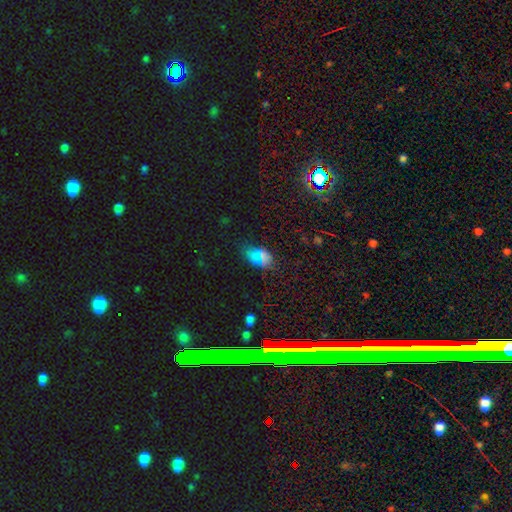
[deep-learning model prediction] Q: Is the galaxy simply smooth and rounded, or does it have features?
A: smooth — 55%.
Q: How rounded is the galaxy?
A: in between — 85%.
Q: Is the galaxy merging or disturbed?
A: none — 70%.